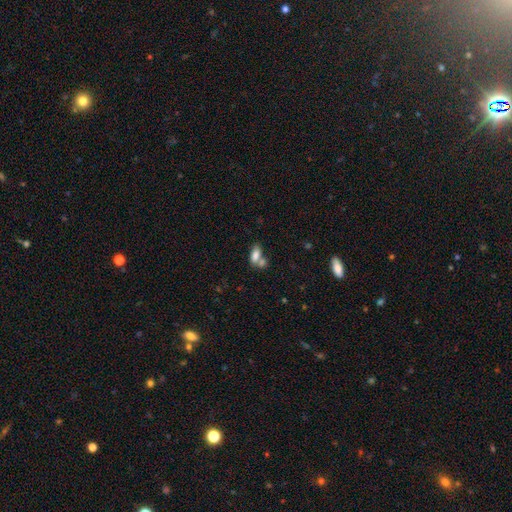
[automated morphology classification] Q: Smooth or featured?
A: smooth (78%); runner-up: featured or disk (12%)
Q: How rounded?
A: in between (88%); runner-up: cigar-shaped (8%)
Q: Merging?
A: merger (51%); runner-up: none (34%)